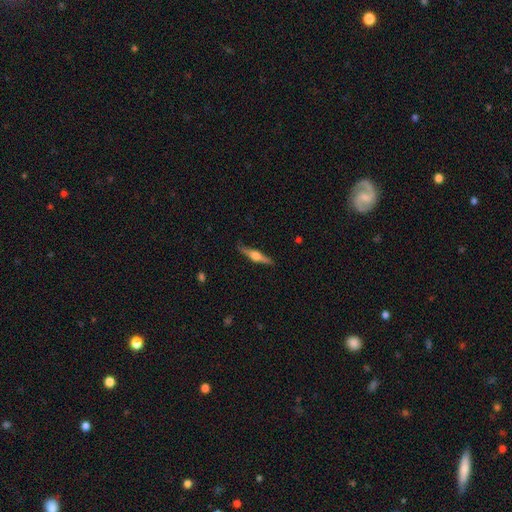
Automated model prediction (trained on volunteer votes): Q: Smooth or featured?
A: featured or disk (70%); runner-up: smooth (24%)
Q: Edge-on disk?
A: yes (97%); runner-up: no (3%)
Q: Edge-on bulge?
A: rounded (90%); runner-up: boxy (7%)
Q: Merging?
A: none (87%); runner-up: minor disturbance (10%)